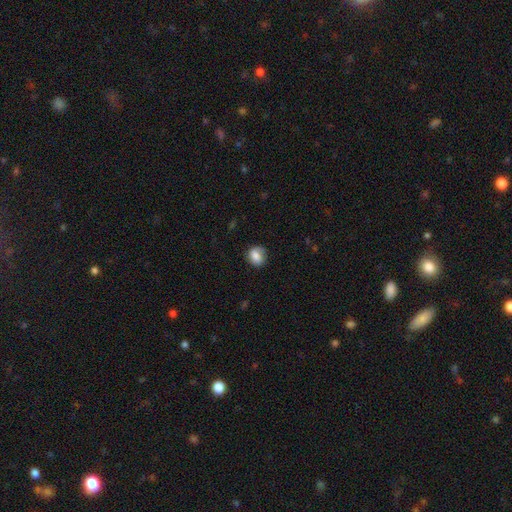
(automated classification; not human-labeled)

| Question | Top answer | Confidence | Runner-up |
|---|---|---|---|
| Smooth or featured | smooth | 75% | featured or disk (17%) |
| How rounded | round | 70% | in between (29%) |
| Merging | none | 73% | minor disturbance (20%) |